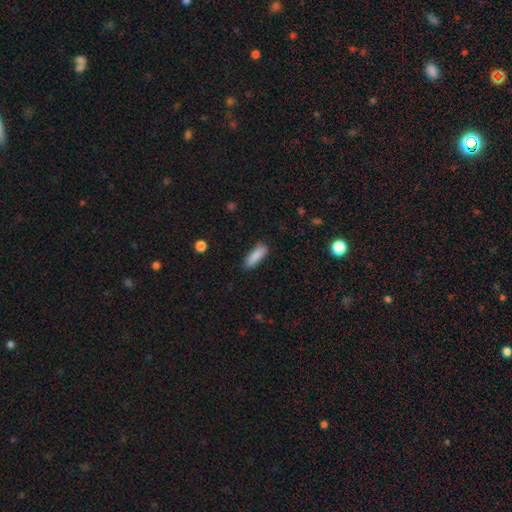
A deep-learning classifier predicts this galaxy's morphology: Q: Smooth or featured?
A: smooth (88%); runner-up: star or artifact (7%)
Q: How rounded?
A: cigar-shaped (53%); runner-up: in between (45%)
Q: Merging?
A: none (85%); runner-up: minor disturbance (11%)